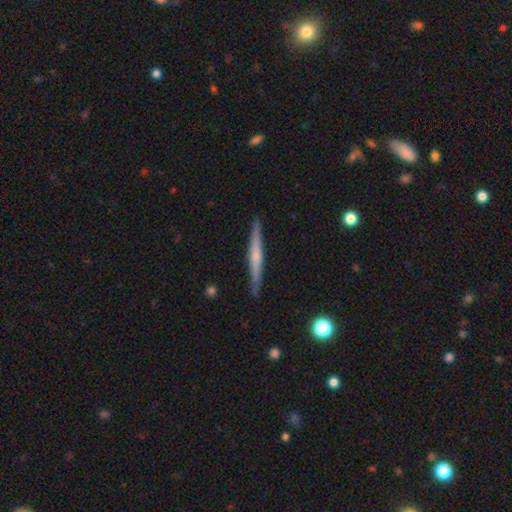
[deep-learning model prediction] A featured or disk galaxy (59%) viewed edge-on (97%) with a rounded central bulge (51%). Merging: none (90%).